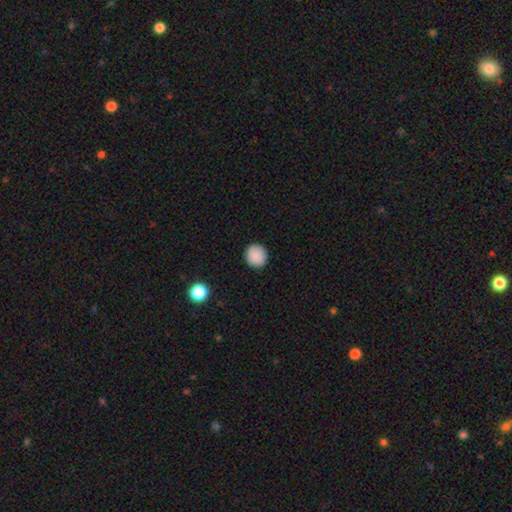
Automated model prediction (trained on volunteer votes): Smooth or featured? Predicted: smooth (p=0.89). How rounded? Predicted: round (p=0.92). Merging? Predicted: none (p=0.92).